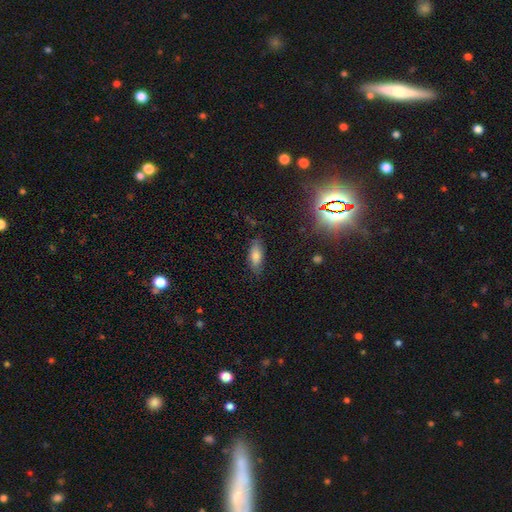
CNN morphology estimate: type=smooth (75%); roundness=in between (78%); merging=none (80%).